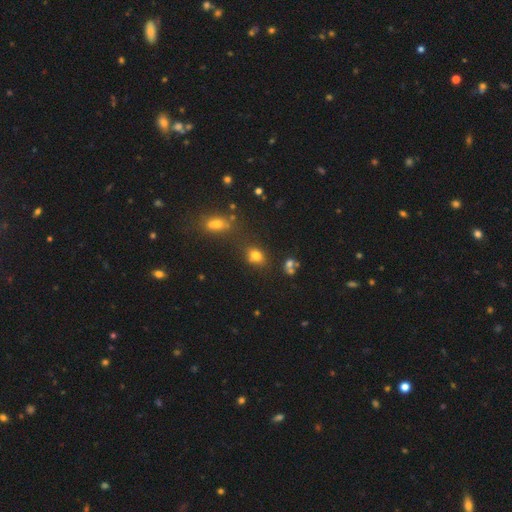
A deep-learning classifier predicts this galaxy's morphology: This is likely a smooth galaxy (75%). How rounded: possibly in between (55%). Merging: likely none (67%).